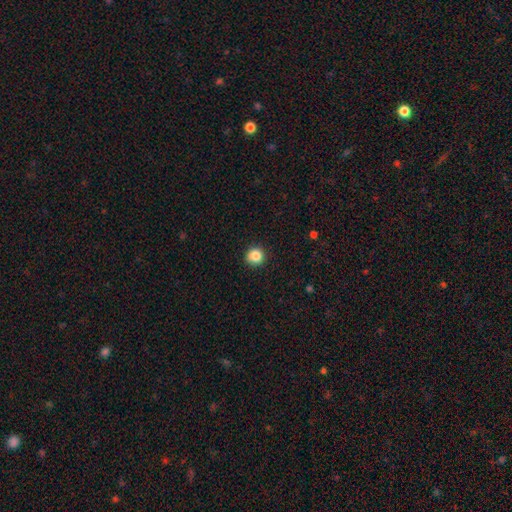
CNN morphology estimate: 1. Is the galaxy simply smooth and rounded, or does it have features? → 86% smooth, 10% star or artifact, 4% featured or disk.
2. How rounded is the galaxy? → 92% round, 7% in between, 1% cigar-shaped.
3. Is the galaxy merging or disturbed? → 90% none, 7% minor disturbance, 2% major disturbance, 1% merger.